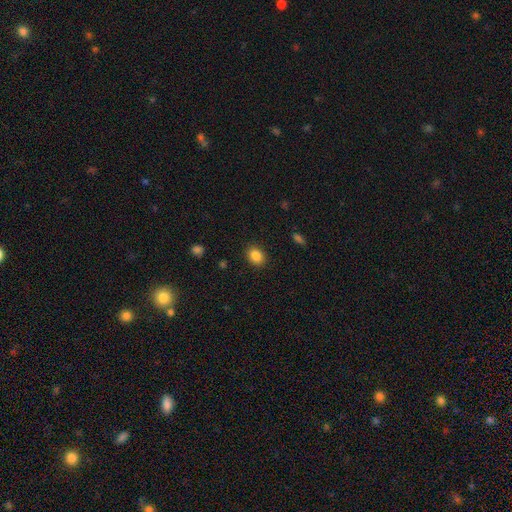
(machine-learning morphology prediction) smooth 86%, star or artifact 10%, featured or disk 4%. Down the decision tree: how rounded — in between (59%); merging — none (88%).